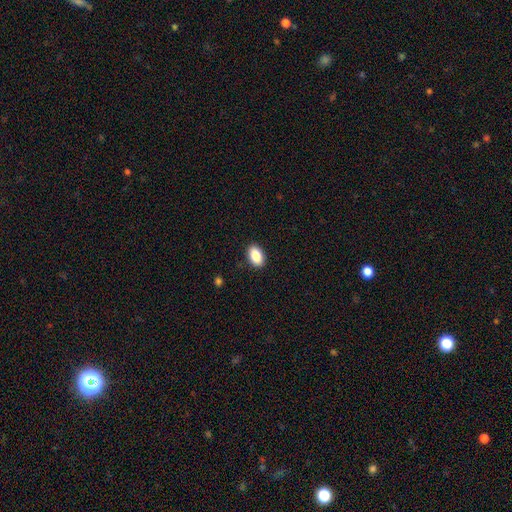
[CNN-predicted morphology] This appears to be a smooth galaxy with no disk features (87%) that is in between round and cigar-shaped (90%). Merging: none (89%).